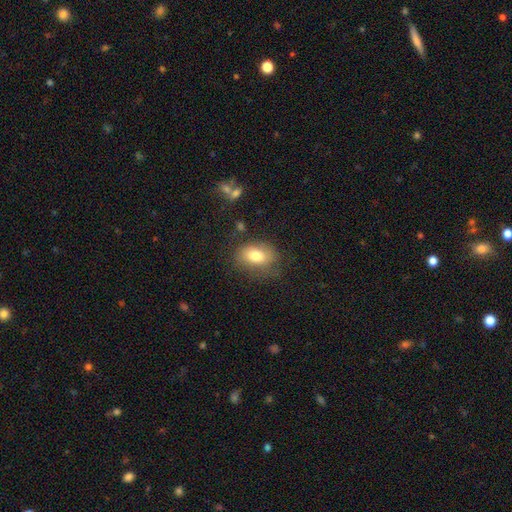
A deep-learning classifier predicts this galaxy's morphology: Q: Smooth or featured?
A: smooth (78%); runner-up: featured or disk (13%)
Q: How rounded?
A: in between (79%); runner-up: round (20%)
Q: Merging?
A: none (65%); runner-up: minor disturbance (23%)